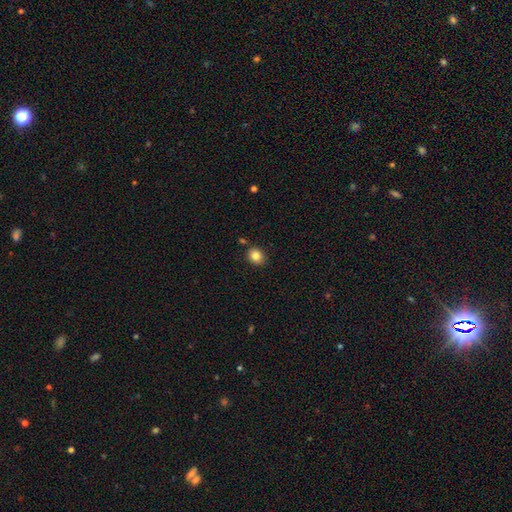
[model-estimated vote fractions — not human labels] Morphology: type=smooth (83%); roundness=round (61%); merging=none (85%).